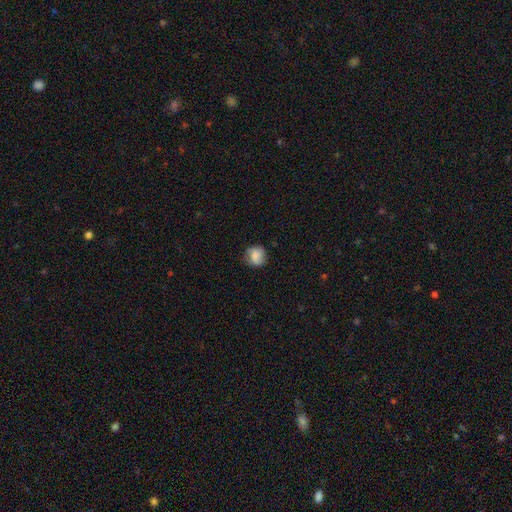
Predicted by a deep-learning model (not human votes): A smooth galaxy with no disk features (78%) that is round (81%).

Vote fractions:
- Smooth or featured? smooth: 78% / featured or disk: 14% / star or artifact: 9%
- How rounded? round: 81% / in between: 18% / cigar-shaped: 1%
- Merging? none: 73% / minor disturbance: 20% / major disturbance: 5% / merger: 1%